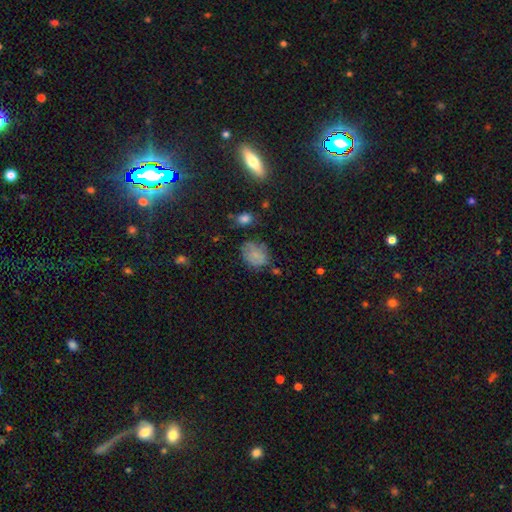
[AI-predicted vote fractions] Smooth or featured: smooth — 68% (featured or disk — 19%)
How rounded: in between — 59% (round — 40%)
Merging: none — 57% (minor disturbance — 28%)